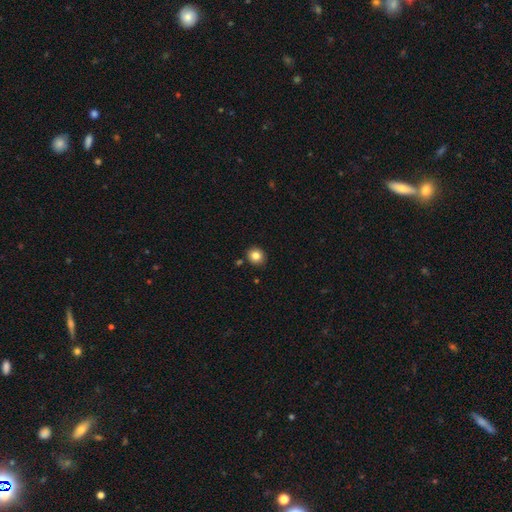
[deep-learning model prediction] Overall: smooth (83%). How rounded: round (80%). Merging: none (86%).